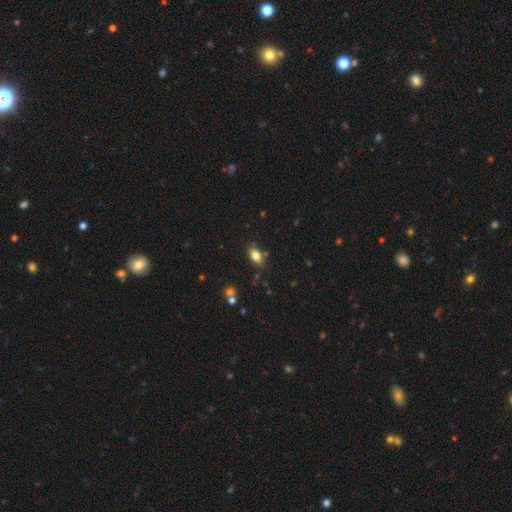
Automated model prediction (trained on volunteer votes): A smooth galaxy with no disk features (79%) that is in between round and cigar-shaped (87%). Merging: none (79%).